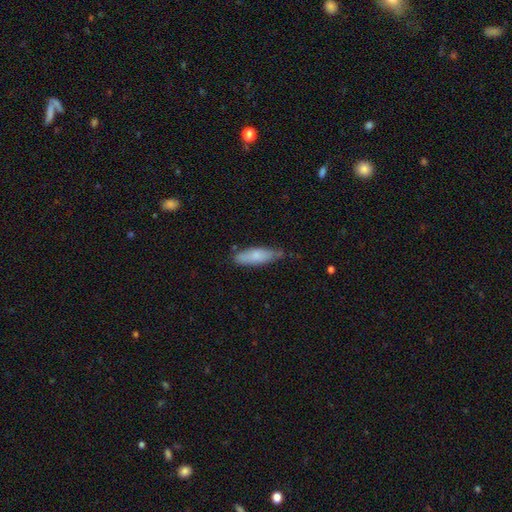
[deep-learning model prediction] This is likely a smooth galaxy (75%). How rounded: possibly cigar-shaped (54%). Merging: possibly none (60%).